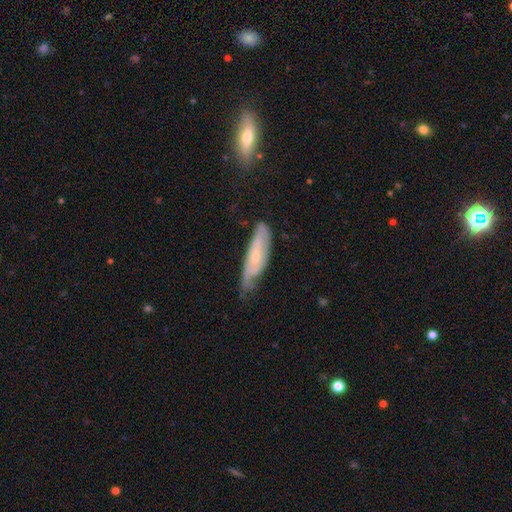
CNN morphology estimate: Smooth or featured? Predicted: featured or disk (p=0.58). Edge-on disk? Predicted: no (p=0.70). Merging? Predicted: none (p=0.51).